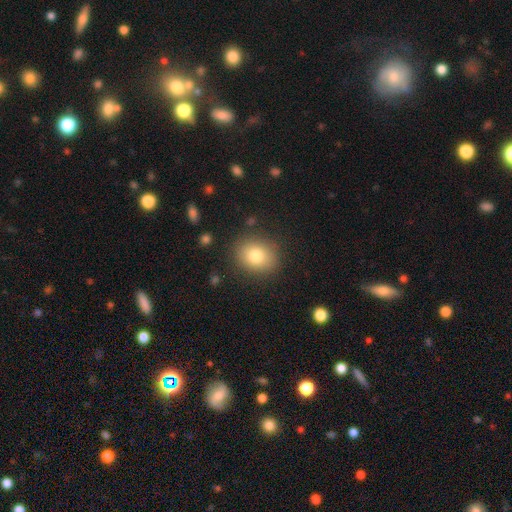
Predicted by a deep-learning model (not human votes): Smooth or featured? smooth (80%)
How rounded? round (62%)
Merging? none (86%)